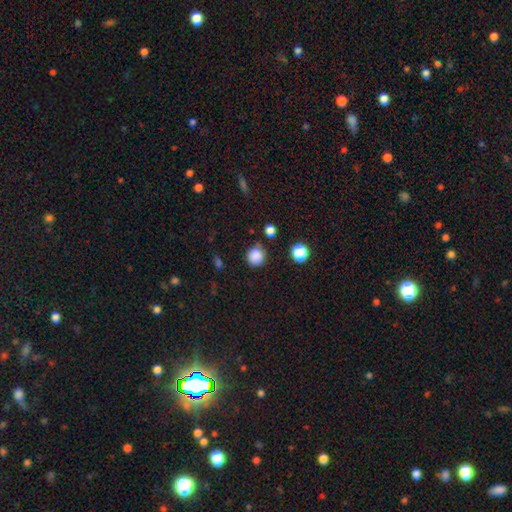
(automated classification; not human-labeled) A smooth galaxy with no disk features (85%) that is round (90%). Merging: none (79%).